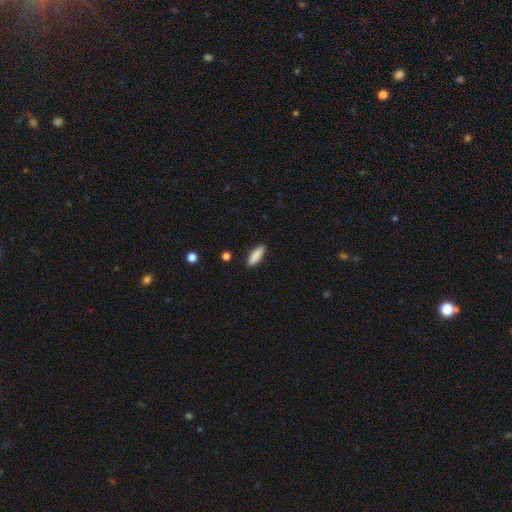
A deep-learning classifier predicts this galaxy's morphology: A smooth galaxy with no disk features (88%) that is in between round and cigar-shaped (50%). Merging: none (85%).